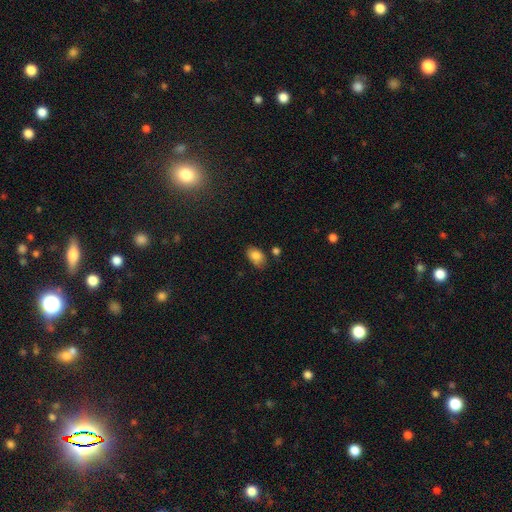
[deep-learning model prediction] This is clearly a smooth galaxy (85%). How rounded: clearly in between (89%). Merging: likely none (67%).